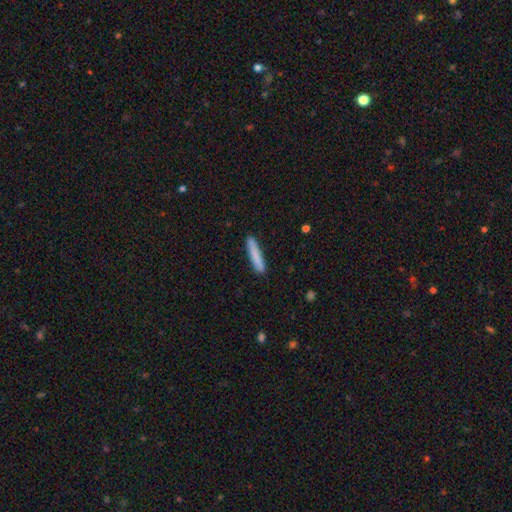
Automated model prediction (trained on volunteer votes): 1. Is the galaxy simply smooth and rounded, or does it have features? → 82% smooth, 12% featured or disk, 6% star or artifact.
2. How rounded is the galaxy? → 93% cigar-shaped, 6% in between, 1% round.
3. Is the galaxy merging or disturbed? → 89% none, 8% minor disturbance, 2% major disturbance, 1% merger.